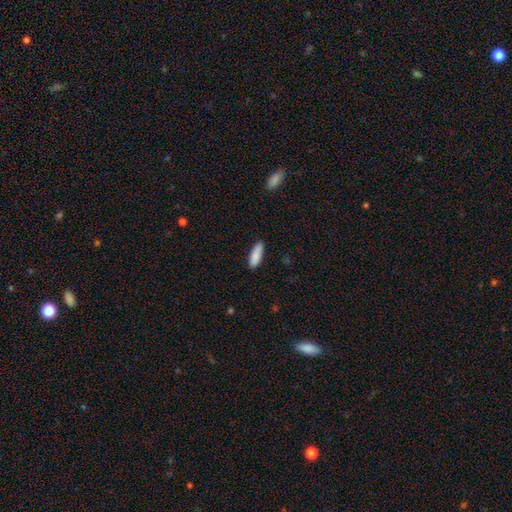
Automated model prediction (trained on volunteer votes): This is clearly a smooth galaxy (87%). How rounded: possibly in between (58%). Merging: clearly none (85%).